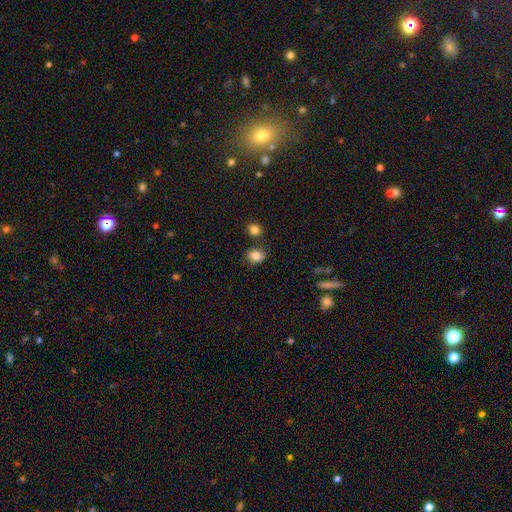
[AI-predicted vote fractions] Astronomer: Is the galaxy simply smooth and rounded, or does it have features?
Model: smooth — 85%.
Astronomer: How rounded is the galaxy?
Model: round — 59% (runner-up: in between, 40%).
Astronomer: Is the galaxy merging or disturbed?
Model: none — 78%.